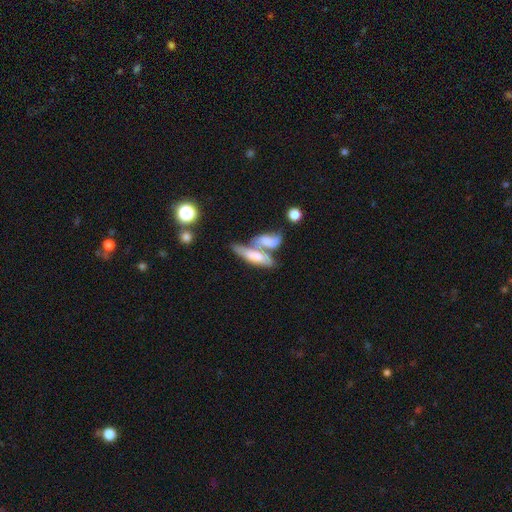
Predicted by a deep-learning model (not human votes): A smooth galaxy with no disk features (54%) that is in between round and cigar-shaped (51%). Merging: merger (64%).